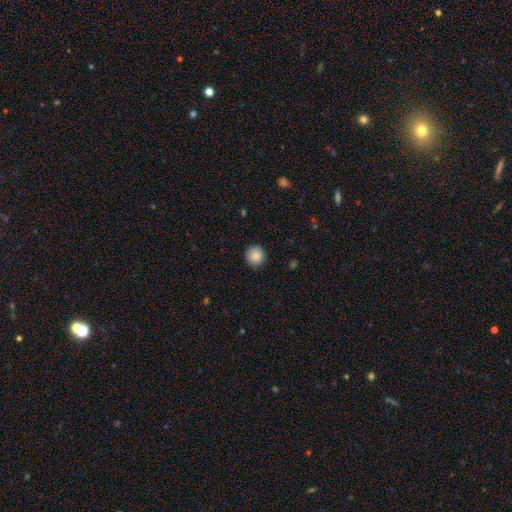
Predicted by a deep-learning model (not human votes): smooth_or_featured: smooth (p=0.88) [alt: star or artifact p=0.09]
how_rounded: round (p=0.94) [alt: in between p=0.05]
merging: none (p=0.90) [alt: minor disturbance p=0.07]